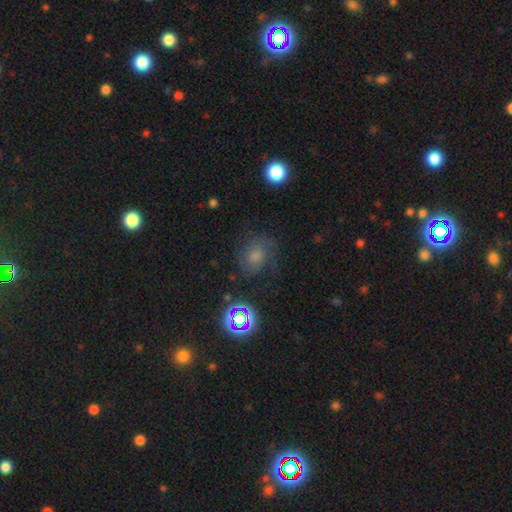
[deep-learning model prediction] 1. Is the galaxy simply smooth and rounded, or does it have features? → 44% smooth, 35% featured or disk, 21% star or artifact.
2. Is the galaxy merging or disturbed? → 63% none, 21% minor disturbance, 13% major disturbance, 2% merger.